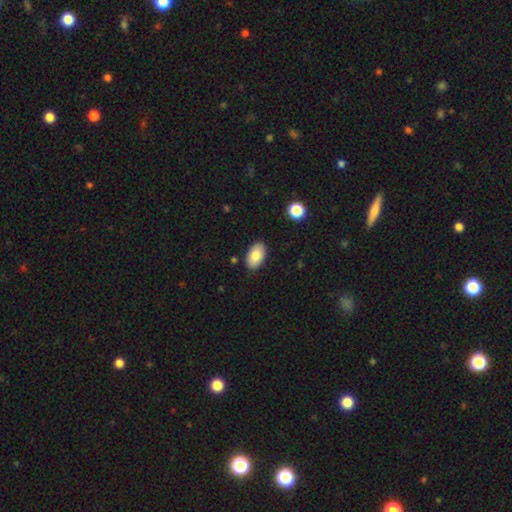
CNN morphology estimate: A smooth galaxy with no disk features (83%) that is in between round and cigar-shaped (94%). Merging: none (87%).